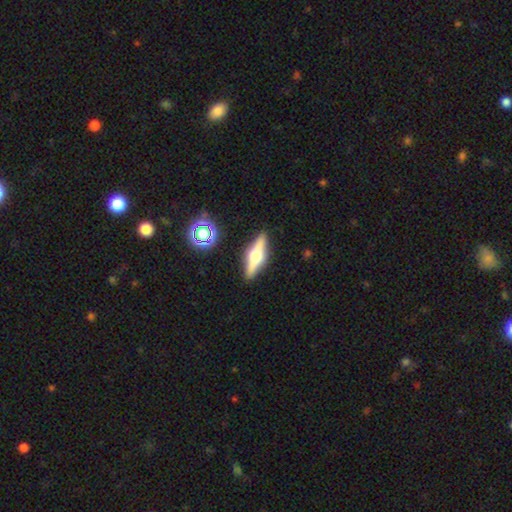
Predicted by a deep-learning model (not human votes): The model was most divided on "smooth or featured": featured or disk: 68%, smooth: 25%, star or artifact: 7%. More confident: edge-on disk — yes (95%); edge-on bulge — rounded (94%); merging — none (89%).